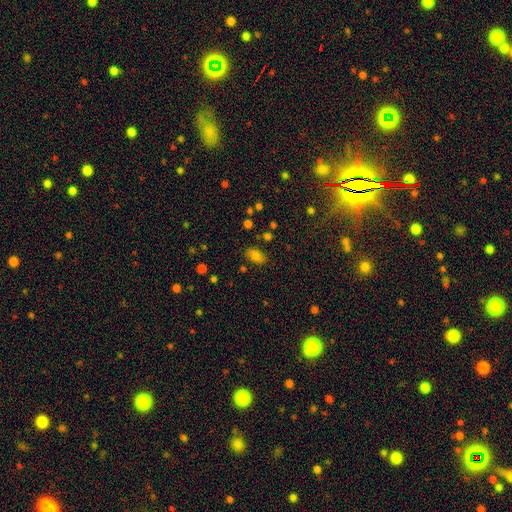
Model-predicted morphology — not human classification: smooth-or-featured: smooth: 77% | star or artifact: 14% | featured or disk: 9%
  how-rounded: in between: 89% | round: 9% | cigar-shaped: 2%
  merging: none: 79% | minor disturbance: 14% | major disturbance: 4% | merger: 3%